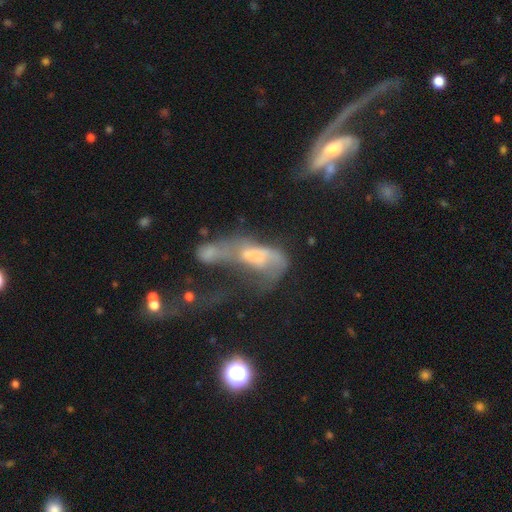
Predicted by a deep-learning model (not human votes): smooth_or_featured: featured or disk (p=0.50) [alt: smooth p=0.36]
merging: merger (p=0.58) [alt: major disturbance p=0.28]